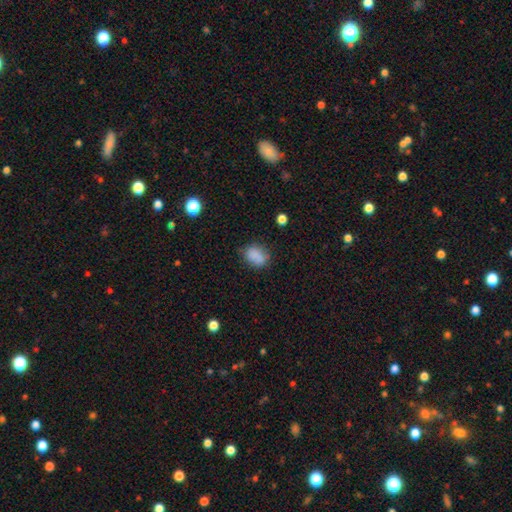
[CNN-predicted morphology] A smooth galaxy with no disk features (83%) that is in between round and cigar-shaped (63%). Merging: none (70%).